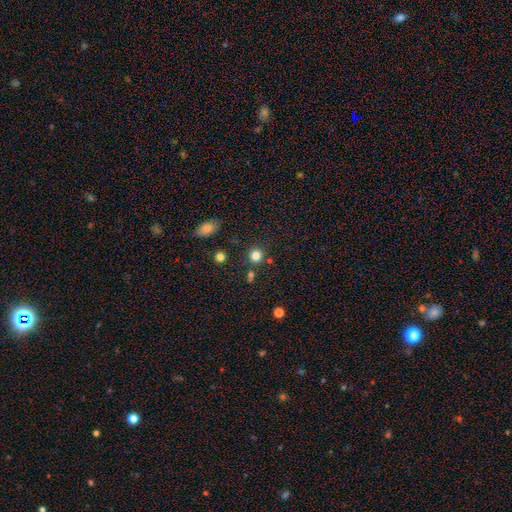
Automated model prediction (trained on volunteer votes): smooth-or-featured: smooth: 81% | star or artifact: 14% | featured or disk: 6%
  how-rounded: round: 90% | in between: 9% | cigar-shaped: 1%
  merging: none: 82% | minor disturbance: 8% | merger: 7% | major disturbance: 3%